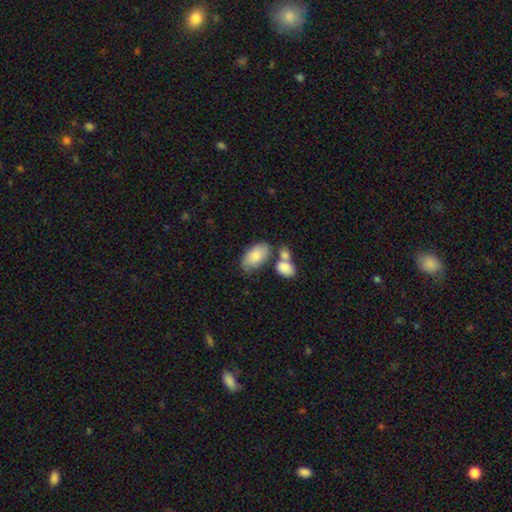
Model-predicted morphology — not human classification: This is likely a smooth galaxy (79%). How rounded: clearly in between (94%). Merging: possibly none (50%).